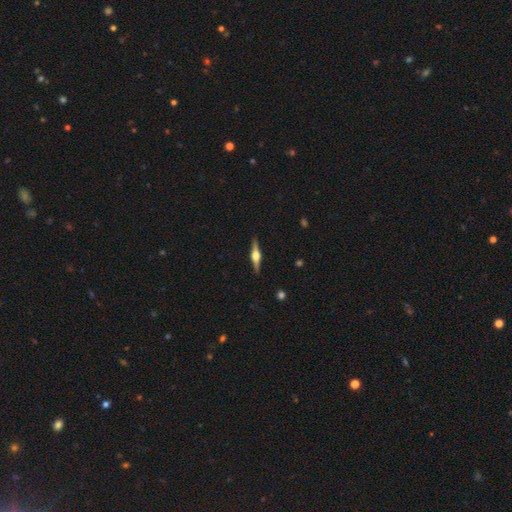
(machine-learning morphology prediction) A featured or disk galaxy (79%) viewed edge-on (98%) with a rounded central bulge (93%). Merging: none (91%).